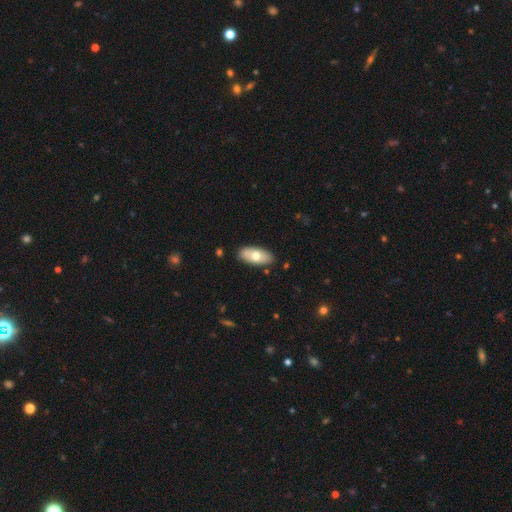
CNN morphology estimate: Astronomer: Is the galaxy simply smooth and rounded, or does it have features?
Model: smooth — 66%.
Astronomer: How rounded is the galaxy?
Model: in between — 89%.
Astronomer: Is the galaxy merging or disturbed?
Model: none — 86%.